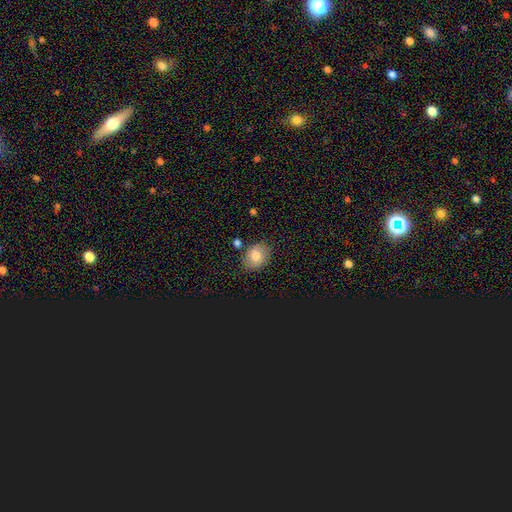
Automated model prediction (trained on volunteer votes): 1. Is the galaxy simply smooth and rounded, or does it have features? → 78% smooth, 11% featured or disk, 11% star or artifact.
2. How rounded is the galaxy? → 54% in between, 45% round, 1% cigar-shaped.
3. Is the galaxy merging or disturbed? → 78% none, 14% minor disturbance, 5% merger, 3% major disturbance.